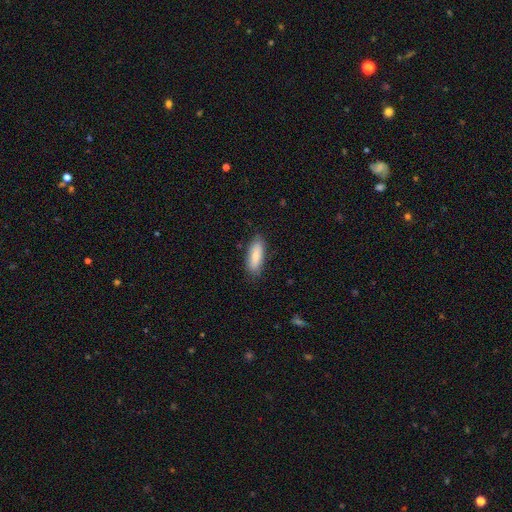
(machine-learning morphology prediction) Q: Smooth or featured?
A: smooth (81%); runner-up: featured or disk (13%)
Q: How rounded?
A: in between (64%); runner-up: cigar-shaped (34%)
Q: Merging?
A: none (83%); runner-up: minor disturbance (13%)